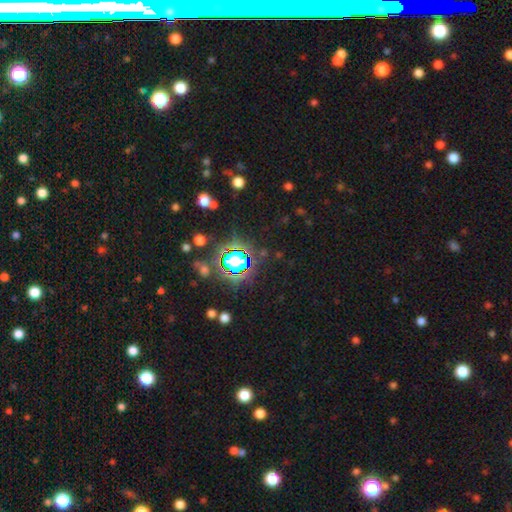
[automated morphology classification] type=star or artifact (79%).